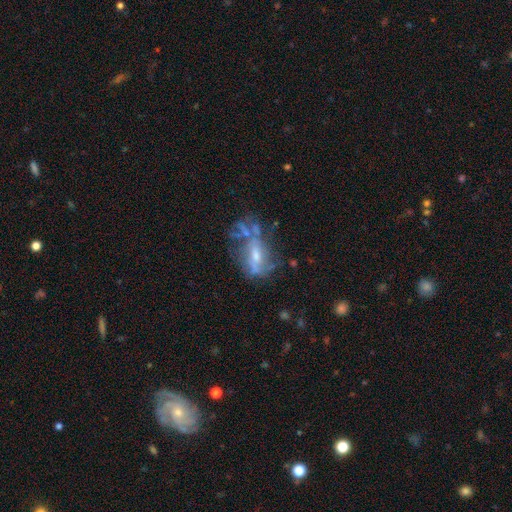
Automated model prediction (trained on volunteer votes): smooth_or_featured: featured or disk (p=0.66) [alt: smooth p=0.21]
disk_edge_on: no (p=0.89) [alt: yes p=0.11]
bar: no (p=0.42) [alt: weak p=0.36]
has_spiral_arms: no (p=0.56) [alt: yes p=0.44]
bulge_size: moderate (p=0.45) [alt: small p=0.42]
merging: none (p=0.37) [alt: major disturbance p=0.27]